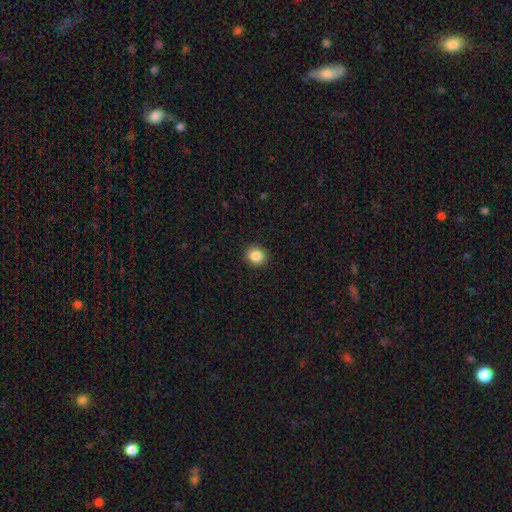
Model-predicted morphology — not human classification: smooth_or_featured: smooth (p=0.85) [alt: star or artifact p=0.09]
how_rounded: round (p=0.67) [alt: in between p=0.32]
merging: none (p=0.91) [alt: minor disturbance p=0.06]